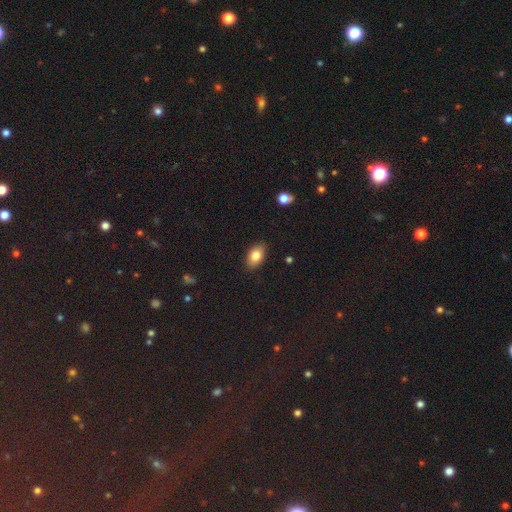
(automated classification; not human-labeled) The model was most divided on "smooth or featured": smooth: 81%, featured or disk: 11%, star or artifact: 8%. More confident: how rounded — in between (90%); merging — none (87%).